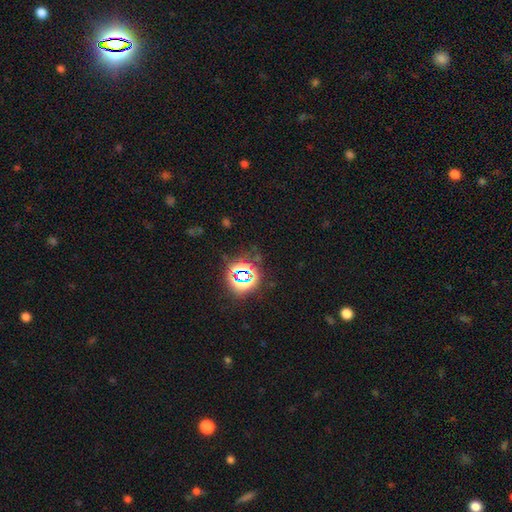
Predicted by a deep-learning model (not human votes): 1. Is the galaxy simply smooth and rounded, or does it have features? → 80% star or artifact, 13% smooth, 7% featured or disk.